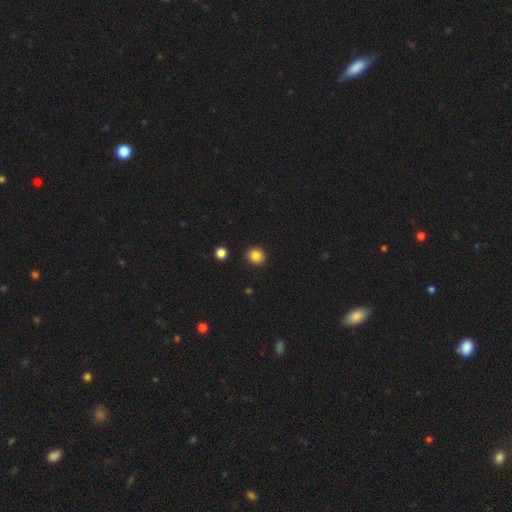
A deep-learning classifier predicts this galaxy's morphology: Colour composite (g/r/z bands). It shows a smooth galaxy with no disk features (85%) that is round (85%). Merging: none (91%).